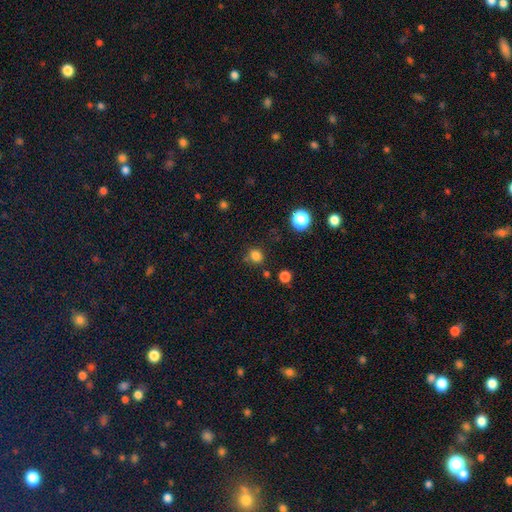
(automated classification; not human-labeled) This appears to be a smooth galaxy with no disk features (79%) that is round (83%). Merging: none (76%).